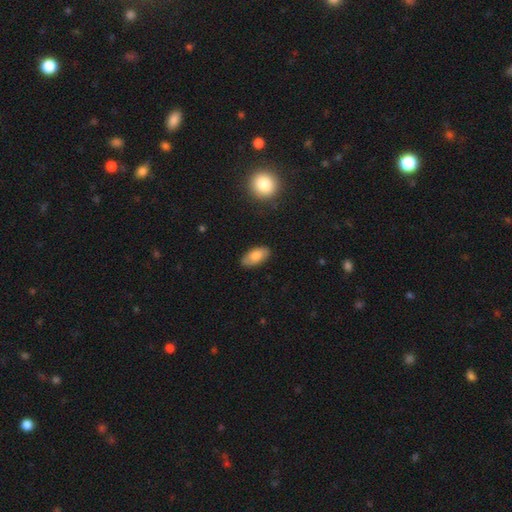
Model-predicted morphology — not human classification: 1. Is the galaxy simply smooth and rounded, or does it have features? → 80% smooth, 14% featured or disk, 7% star or artifact.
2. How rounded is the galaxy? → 93% in between, 4% cigar-shaped, 3% round.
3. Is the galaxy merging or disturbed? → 85% none, 12% minor disturbance, 2% major disturbance, 1% merger.